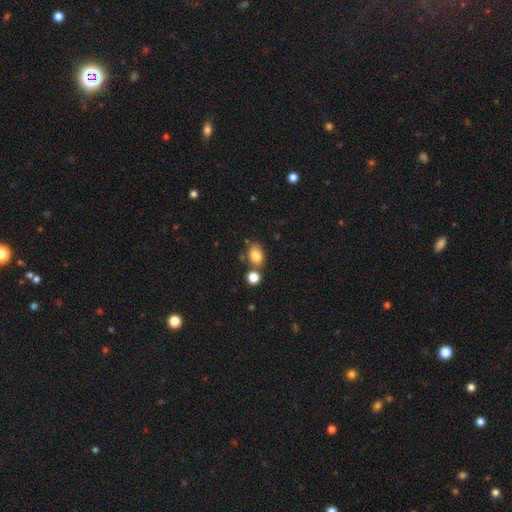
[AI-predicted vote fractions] Q: Smooth or featured?
A: smooth (83%); runner-up: star or artifact (10%)
Q: How rounded?
A: in between (66%); runner-up: round (33%)
Q: Merging?
A: none (64%); runner-up: merger (17%)